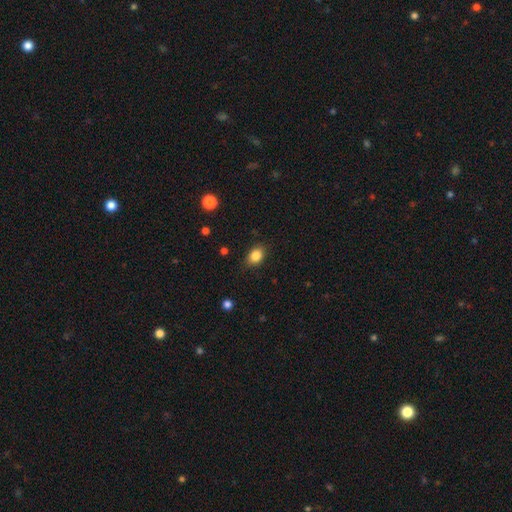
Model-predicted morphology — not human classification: This appears to be a smooth galaxy with no disk features (85%) that is in between round and cigar-shaped (68%). Merging: none (82%).